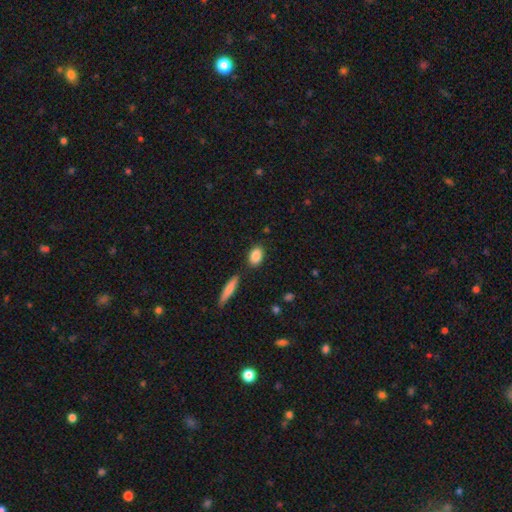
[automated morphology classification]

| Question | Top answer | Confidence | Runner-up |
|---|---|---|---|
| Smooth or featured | smooth | 87% | star or artifact (7%) |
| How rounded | in between | 81% | round (14%) |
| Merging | none | 80% | minor disturbance (10%) |